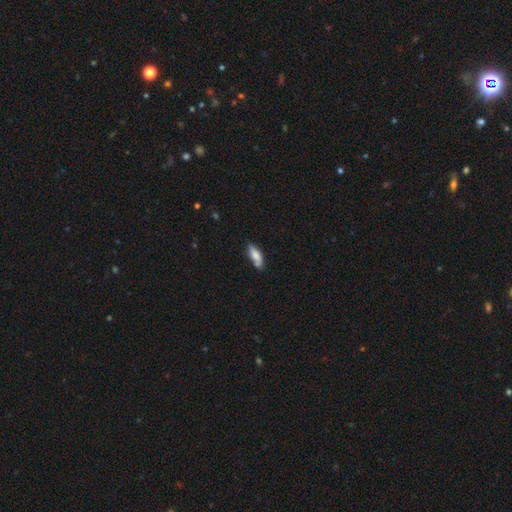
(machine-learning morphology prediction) A smooth galaxy with no disk features (77%) that is in between round and cigar-shaped (56%).

Vote fractions:
- Smooth or featured? smooth: 77% / featured or disk: 17% / star or artifact: 6%
- How rounded? in between: 56% / cigar-shaped: 43% / round: 2%
- Merging? none: 67% / minor disturbance: 22% / merger: 7% / major disturbance: 4%